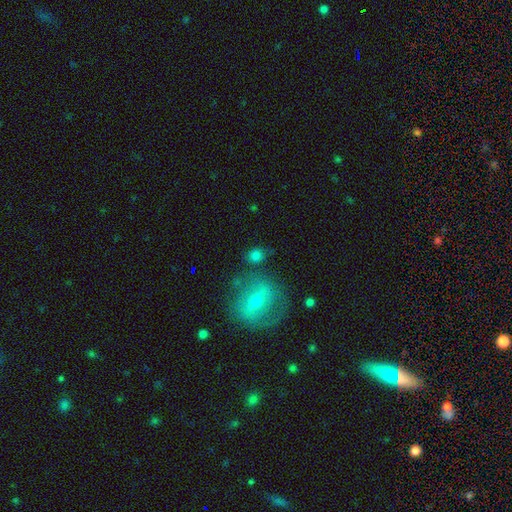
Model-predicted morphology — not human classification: The model was most divided on "how rounded": round: 70%, in between: 28%, cigar-shaped: 2%. More confident: merging — none (77%); smooth or featured — smooth (71%).